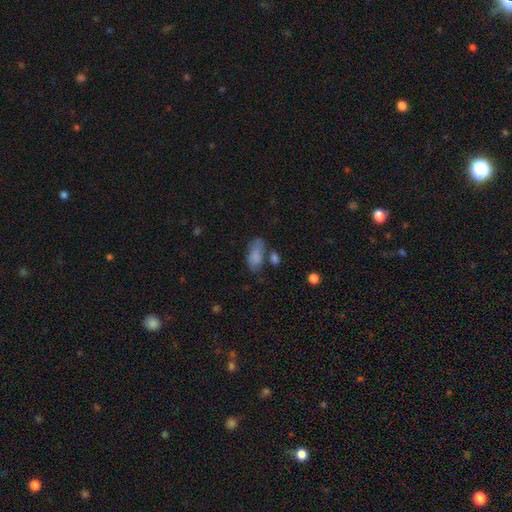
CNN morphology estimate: This is clearly a smooth galaxy (82%). How rounded: clearly in between (90%). Merging: possibly none (48%).